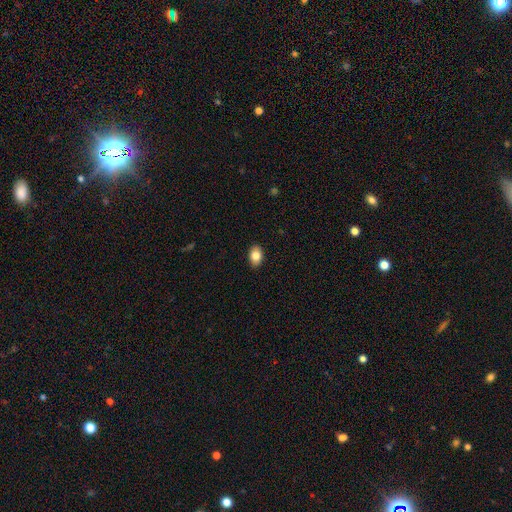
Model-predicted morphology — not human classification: This is clearly a smooth galaxy (83%). How rounded: clearly in between (85%). Merging: clearly none (90%).